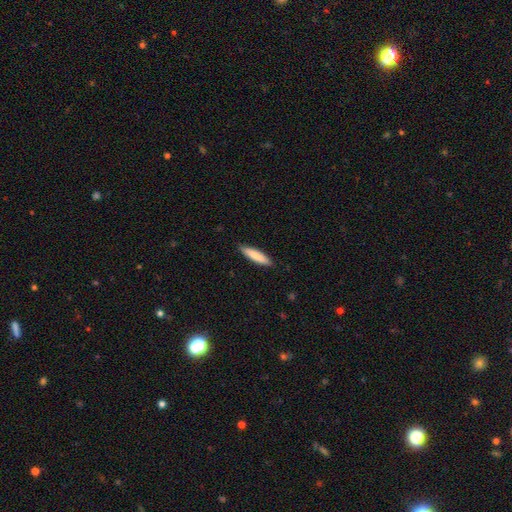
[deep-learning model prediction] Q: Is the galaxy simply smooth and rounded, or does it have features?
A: smooth — 84%.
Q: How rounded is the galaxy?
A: cigar-shaped — 80%.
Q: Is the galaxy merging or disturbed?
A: none — 89%.